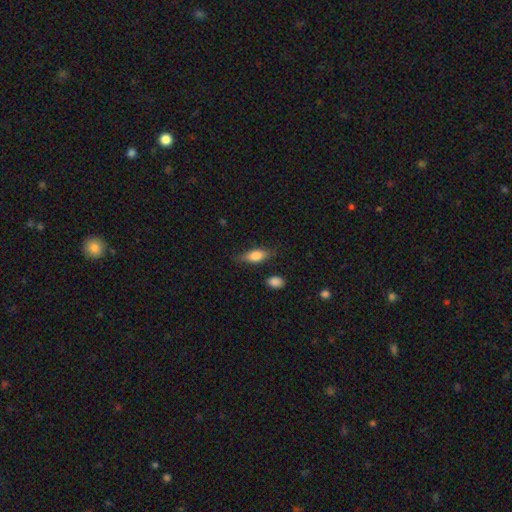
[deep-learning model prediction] smooth_or_featured: smooth (p=0.75) [alt: featured or disk p=0.18]
how_rounded: in between (p=0.74) [alt: cigar-shaped p=0.22]
merging: none (p=0.72) [alt: minor disturbance p=0.20]